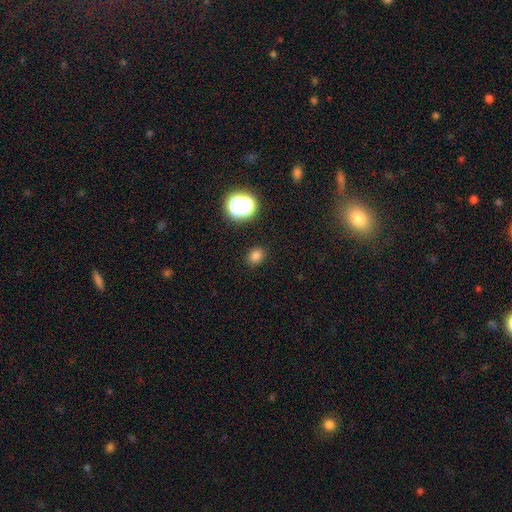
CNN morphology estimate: Smooth or featured? Predicted: smooth (p=0.76). How rounded? Predicted: round (p=0.56). Merging? Predicted: none (p=0.87).